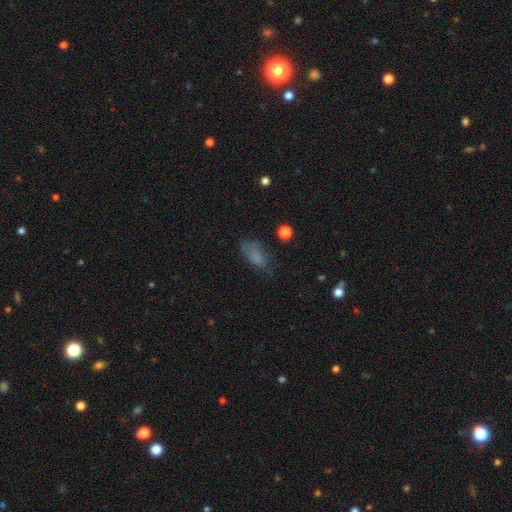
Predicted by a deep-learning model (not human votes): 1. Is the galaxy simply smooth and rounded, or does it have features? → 72% smooth, 15% featured or disk, 13% star or artifact.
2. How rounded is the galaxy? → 83% in between, 13% cigar-shaped, 5% round.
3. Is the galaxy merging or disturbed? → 52% none, 28% minor disturbance, 17% major disturbance, 3% merger.